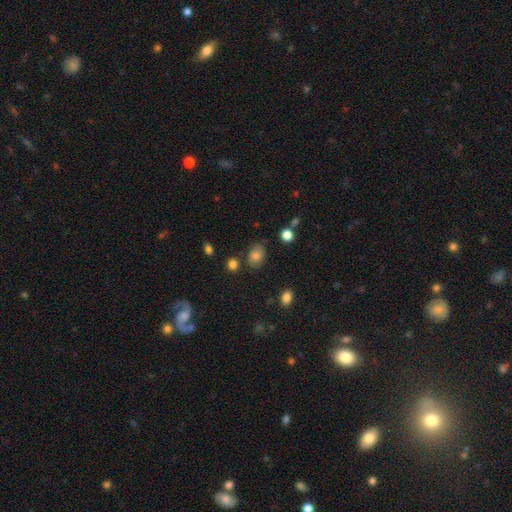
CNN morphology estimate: Smooth or featured? Predicted: smooth (p=0.79). How rounded? Predicted: in between (p=0.67). Merging? Predicted: none (p=0.76).